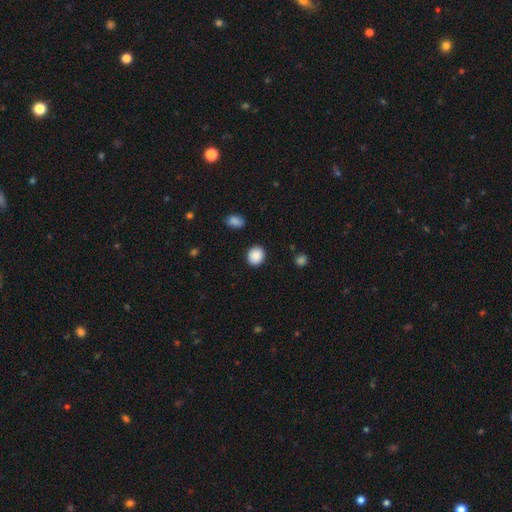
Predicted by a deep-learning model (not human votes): smooth_or_featured: smooth (p=0.89) [alt: star or artifact p=0.08]
how_rounded: round (p=0.74) [alt: in between p=0.25]
merging: none (p=0.90) [alt: minor disturbance p=0.07]